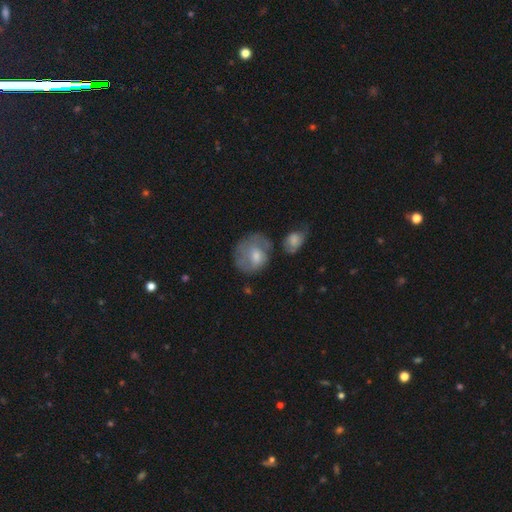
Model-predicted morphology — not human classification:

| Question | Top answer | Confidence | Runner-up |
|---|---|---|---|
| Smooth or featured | smooth | 51% | featured or disk (39%) |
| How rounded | round | 66% | in between (33%) |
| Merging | none | 54% | minor disturbance (23%) |